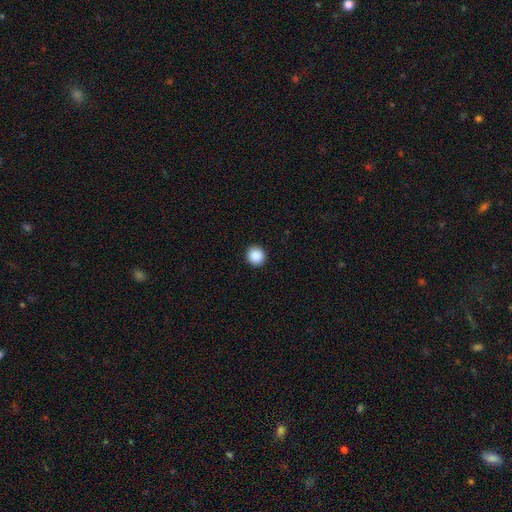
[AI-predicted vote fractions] Smooth or featured? smooth (89%)
How rounded? round (93%)
Merging? none (93%)